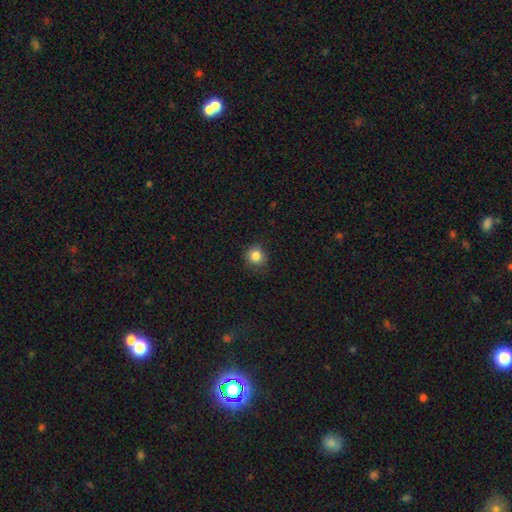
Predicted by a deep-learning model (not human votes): smooth_or_featured: smooth (p=0.83) [alt: star or artifact p=0.12]
how_rounded: round (p=0.90) [alt: in between p=0.09]
merging: none (p=0.85) [alt: minor disturbance p=0.11]